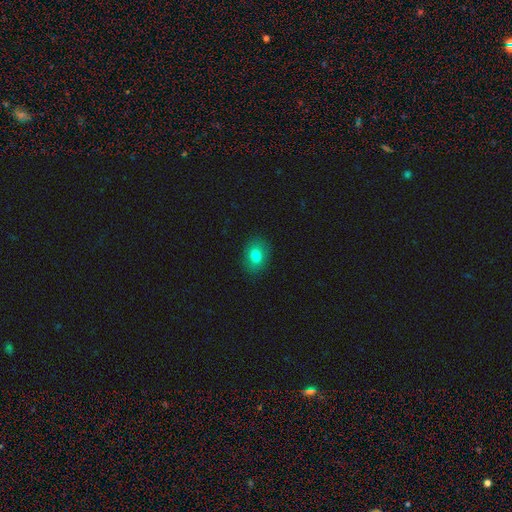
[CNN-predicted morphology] This appears to be a smooth galaxy with no disk features (77%) that is in between round and cigar-shaped (65%). Merging: none (87%).